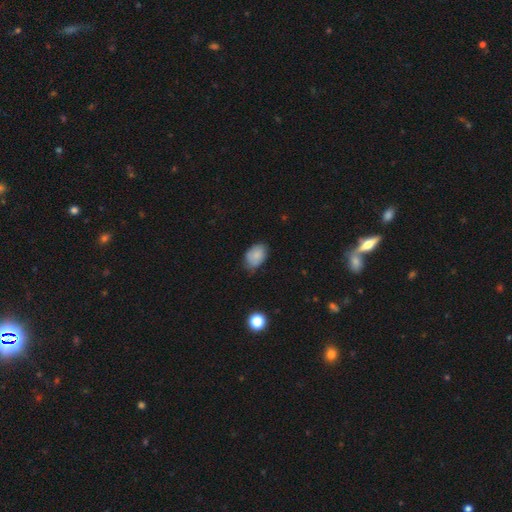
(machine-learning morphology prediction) This is clearly a smooth galaxy (82%). How rounded: clearly in between (86%). Merging: likely none (65%).